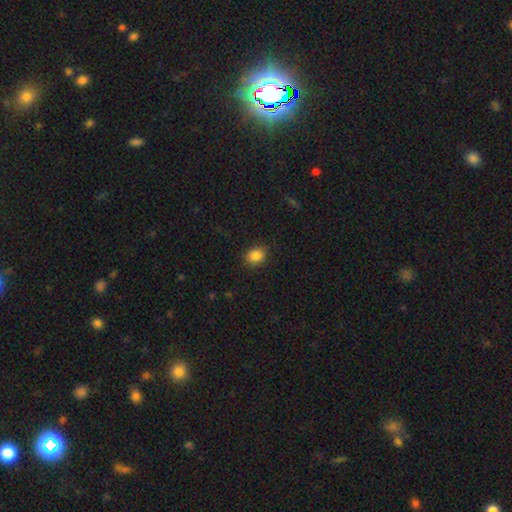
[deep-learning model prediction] Q: Smooth or featured?
A: smooth (86%); runner-up: star or artifact (10%)
Q: How rounded?
A: in between (51%); runner-up: round (48%)
Q: Merging?
A: none (87%); runner-up: minor disturbance (10%)